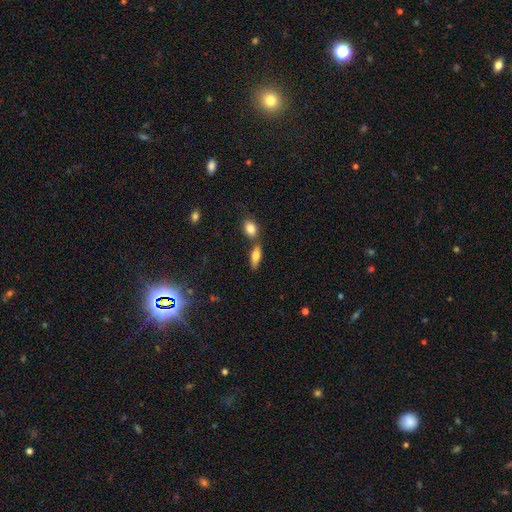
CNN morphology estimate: This appears to be a smooth galaxy with no disk features (71%) that is in between round and cigar-shaped (64%). Merging: none (62%).